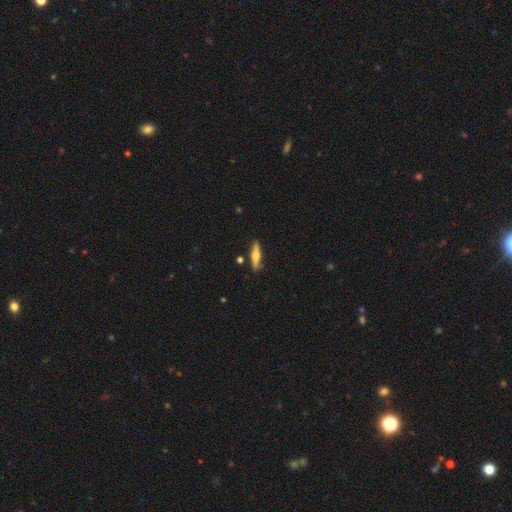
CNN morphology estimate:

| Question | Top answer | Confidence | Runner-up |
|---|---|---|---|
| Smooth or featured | smooth | 50% | featured or disk (44%) |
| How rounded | cigar-shaped | 81% | in between (17%) |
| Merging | none | 85% | minor disturbance (10%) |